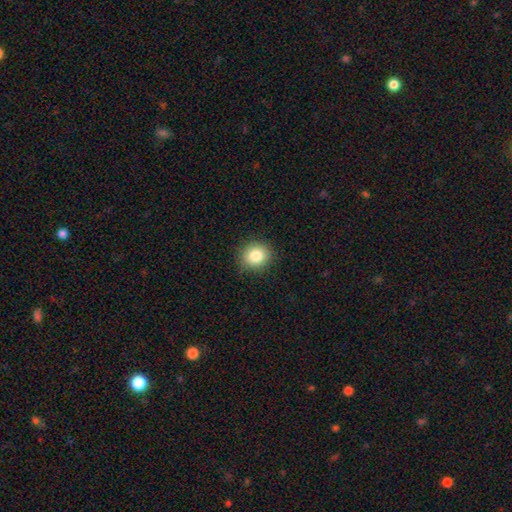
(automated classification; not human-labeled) Overall: smooth (83%). How rounded: round (84%). Merging: none (89%).